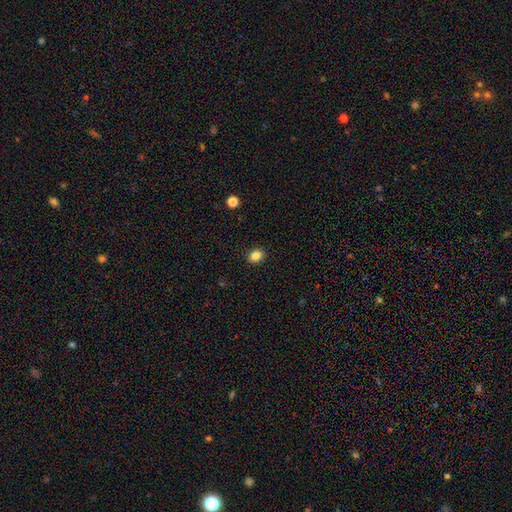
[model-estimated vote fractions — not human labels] smooth-or-featured: smooth: 84% | star or artifact: 11% | featured or disk: 5%
  how-rounded: in between: 50% | round: 49% | cigar-shaped: 1%
  merging: none: 90% | minor disturbance: 7% | major disturbance: 2% | merger: 1%